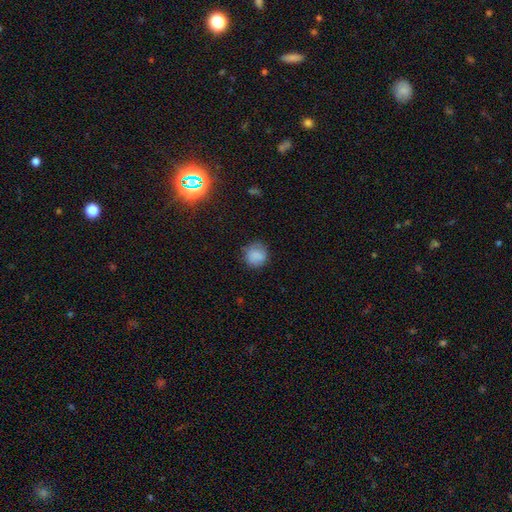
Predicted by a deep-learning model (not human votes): The model was most divided on "merging": none: 77%, minor disturbance: 17%, major disturbance: 5%, merger: 1%. More confident: how rounded — round (87%); smooth or featured — smooth (83%).